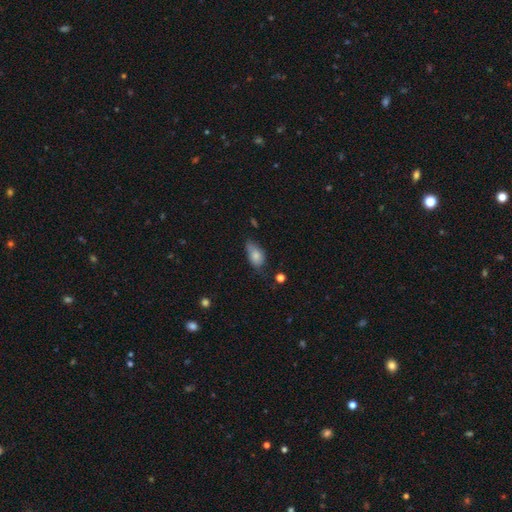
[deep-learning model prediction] smooth-or-featured: smooth: 79% | featured or disk: 13% | star or artifact: 8%
  how-rounded: in between: 89% | round: 8% | cigar-shaped: 3%
  merging: minor disturbance: 43% | none: 40% | major disturbance: 14% | merger: 3%